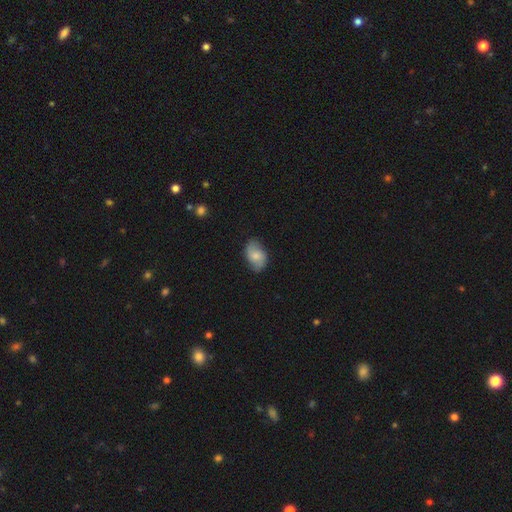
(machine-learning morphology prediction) smooth_or_featured: smooth (p=0.56) [alt: featured or disk p=0.37]
how_rounded: in between (p=0.87) [alt: round p=0.12]
merging: none (p=0.73) [alt: minor disturbance p=0.21]